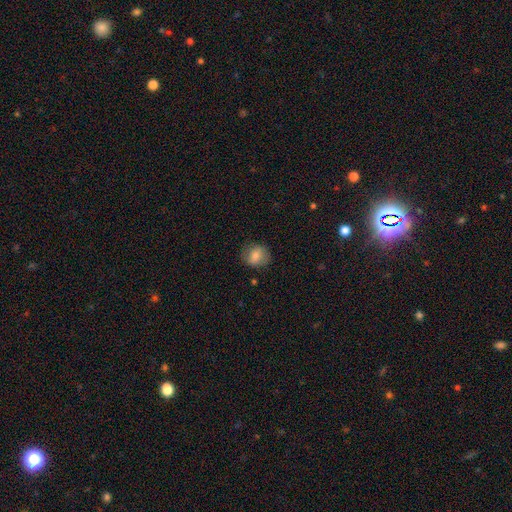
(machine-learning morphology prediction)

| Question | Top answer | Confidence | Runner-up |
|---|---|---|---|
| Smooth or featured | smooth | 78% | featured or disk (13%) |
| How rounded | round | 68% | in between (31%) |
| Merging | none | 79% | minor disturbance (15%) |